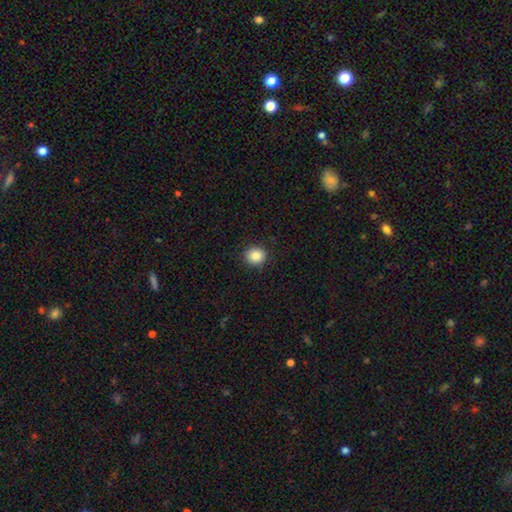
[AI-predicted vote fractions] Q: Smooth or featured?
A: smooth (86%); runner-up: star or artifact (10%)
Q: How rounded?
A: round (88%); runner-up: in between (11%)
Q: Merging?
A: none (90%); runner-up: minor disturbance (7%)